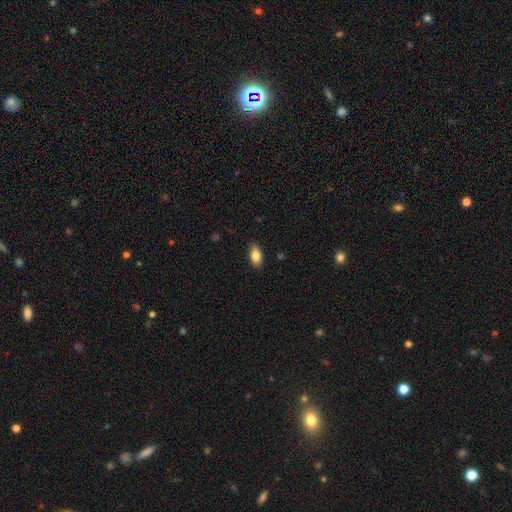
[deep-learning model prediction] A smooth galaxy with no disk features (84%) that is in between round and cigar-shaped (91%).

Vote fractions:
- Smooth or featured? smooth: 84% / featured or disk: 9% / star or artifact: 7%
- How rounded? in between: 91% / cigar-shaped: 5% / round: 4%
- Merging? none: 86% / minor disturbance: 11% / major disturbance: 2% / merger: 1%